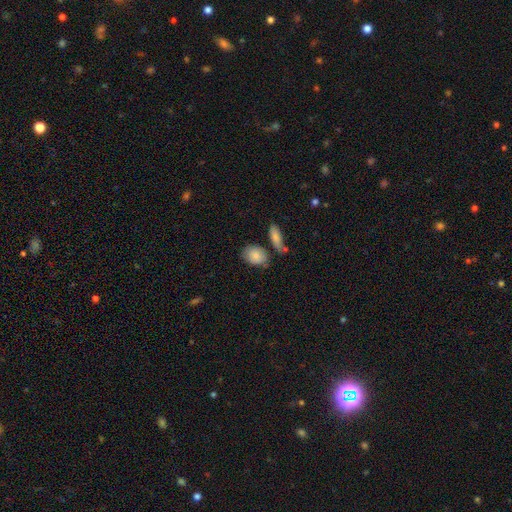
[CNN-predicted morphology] Smooth or featured?
  - smooth: 85% *
  - featured or disk: 9%
  - star or artifact: 6%
How rounded?
  - in between: 72% *
  - round: 24%
  - cigar-shaped: 3%
Merging?
  - none: 64% *
  - minor disturbance: 19%
  - merger: 12%
  - major disturbance: 5%